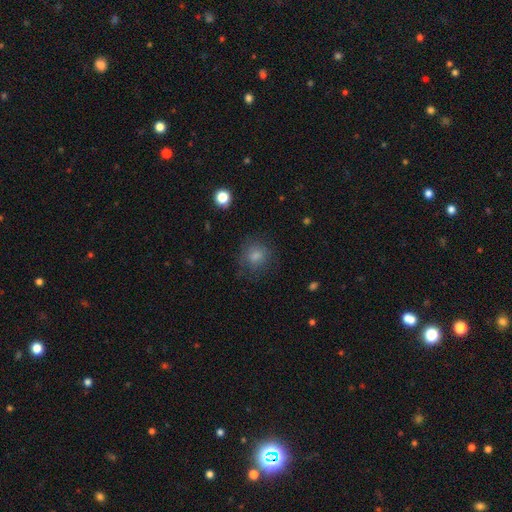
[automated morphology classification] type=smooth (79%); roundness=round (79%); merging=none (71%).